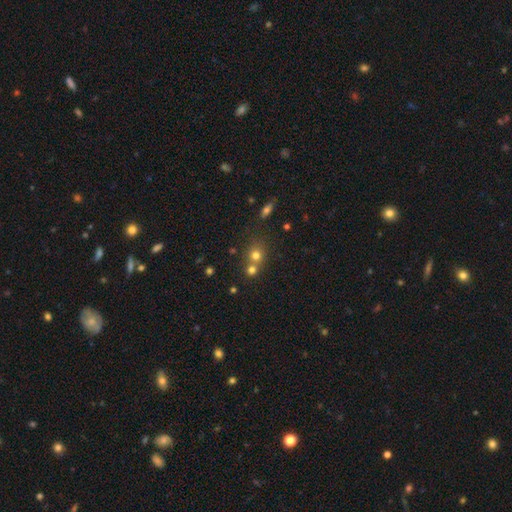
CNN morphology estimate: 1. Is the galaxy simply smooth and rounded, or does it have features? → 72% smooth, 17% star or artifact, 11% featured or disk.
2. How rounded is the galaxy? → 83% round, 16% in between, 1% cigar-shaped.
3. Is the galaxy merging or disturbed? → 50% none, 40% merger, 7% minor disturbance, 3% major disturbance.